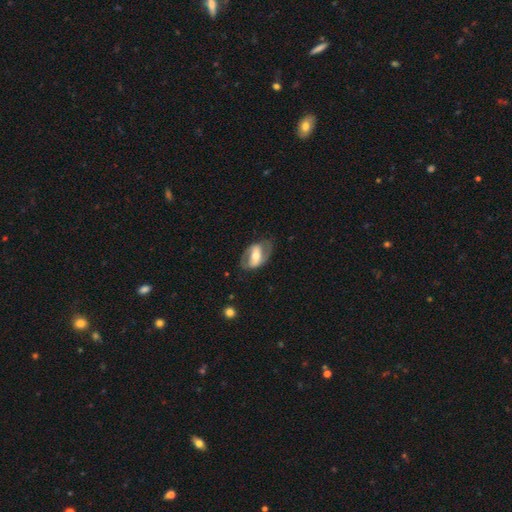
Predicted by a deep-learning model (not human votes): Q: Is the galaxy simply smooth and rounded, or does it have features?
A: featured or disk — 71%.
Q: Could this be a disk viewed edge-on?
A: no — 94%.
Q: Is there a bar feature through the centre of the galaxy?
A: strong — 54%.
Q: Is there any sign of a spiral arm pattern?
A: yes — 71%.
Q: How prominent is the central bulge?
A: moderate — 62%.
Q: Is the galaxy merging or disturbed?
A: none — 71%.